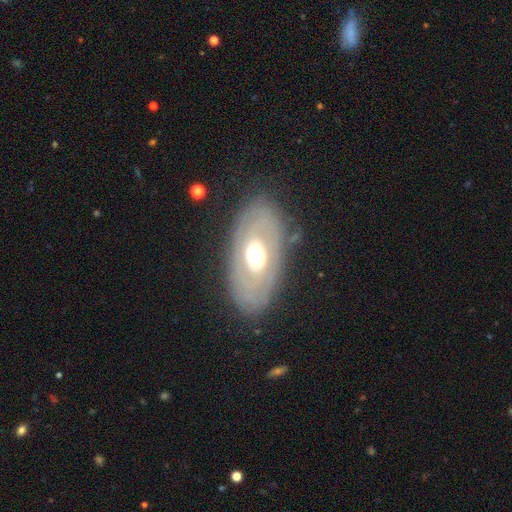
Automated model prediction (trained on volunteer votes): Smooth or featured: featured or disk — 70% (smooth — 24%)
Edge-on disk: no — 90% (yes — 10%)
Bar: no — 73% (weak — 19%)
Spiral arms: yes — 52% (no — 48%)
Bulge size: moderate — 62% (large — 28%)
Merging: none — 79% (minor disturbance — 14%)